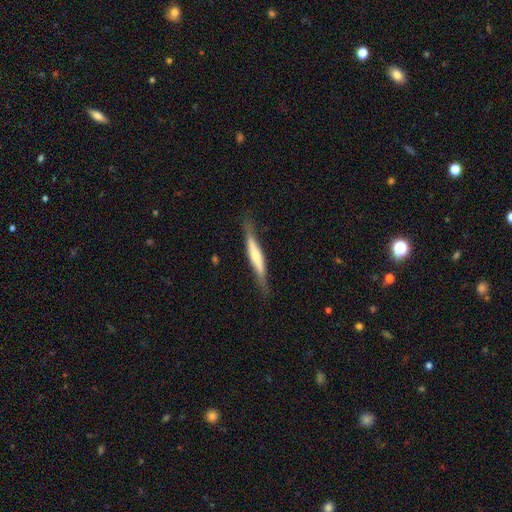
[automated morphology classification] Smooth or featured? featured or disk (56%)
Edge-on disk? yes (91%)
Edge-on bulge? rounded (68%)
Merging? none (78%)